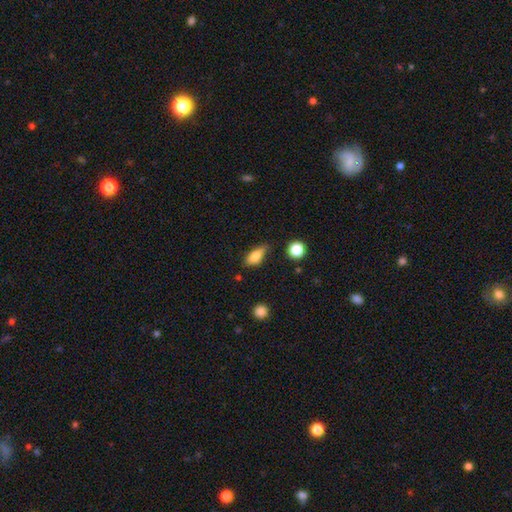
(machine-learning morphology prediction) A smooth galaxy with no disk features (78%) that is in between round and cigar-shaped (78%). Merging: none (61%).